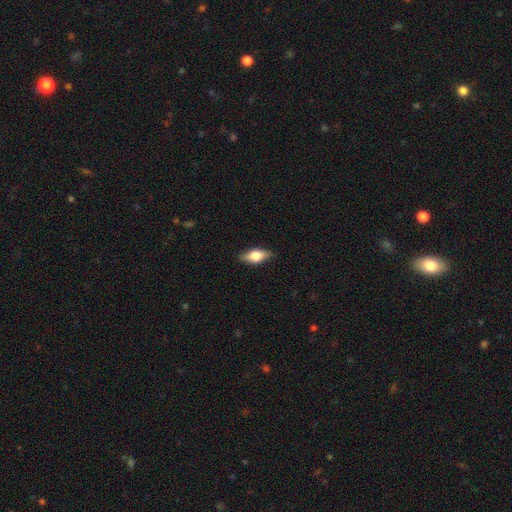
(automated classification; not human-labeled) Smooth or featured?
  - smooth: 63% *
  - featured or disk: 30%
  - star or artifact: 7%
How rounded?
  - in between: 80% *
  - cigar-shaped: 15%
  - round: 5%
Merging?
  - none: 85% *
  - minor disturbance: 11%
  - major disturbance: 2%
  - merger: 1%